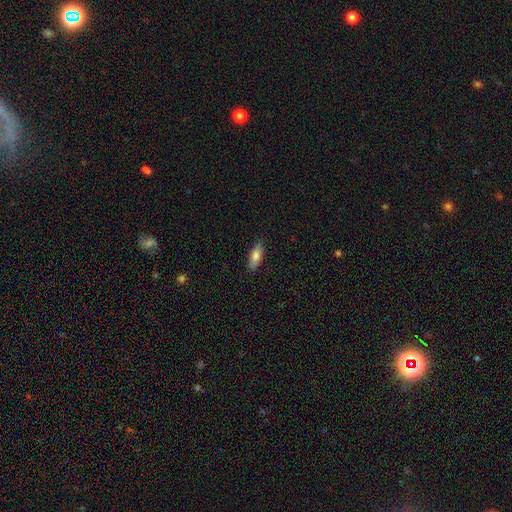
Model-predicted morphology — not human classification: Overall: smooth (78%). How rounded: in between (66%; cigar-shaped 32%). Merging: none (86%).